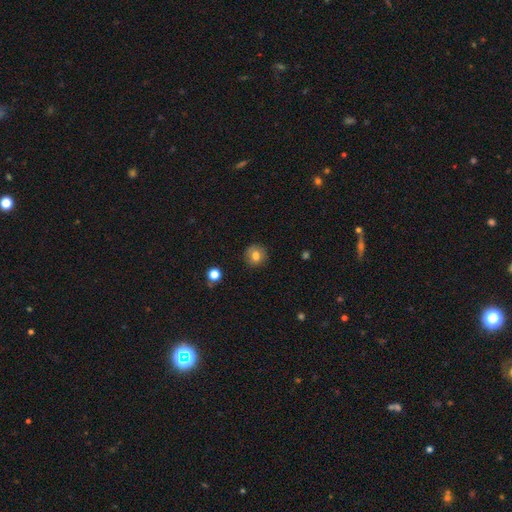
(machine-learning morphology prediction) Smooth or featured? Predicted: smooth (p=0.78). How rounded? Predicted: round (p=0.89). Merging? Predicted: none (p=0.86).